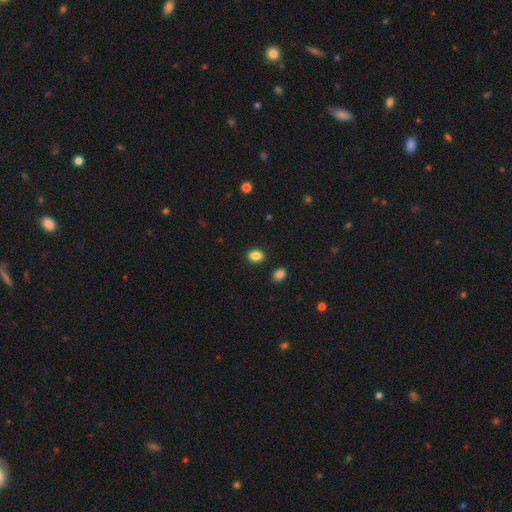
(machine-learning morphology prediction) Smooth or featured? Predicted: smooth (p=0.86). How rounded? Predicted: in between (p=0.71). Merging? Predicted: none (p=0.87).